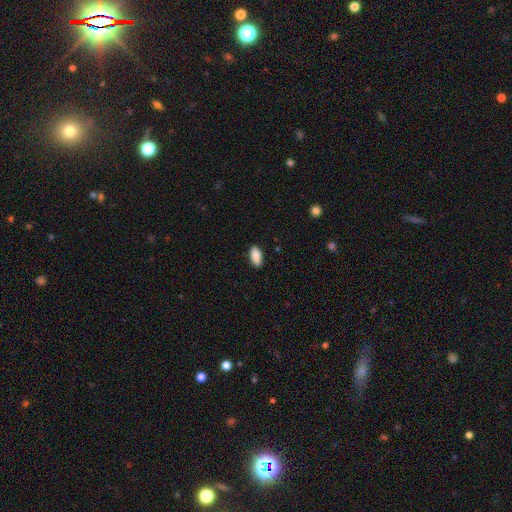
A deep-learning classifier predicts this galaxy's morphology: A smooth galaxy with no disk features (90%) that is in between round and cigar-shaped (92%).

Vote fractions:
- Smooth or featured? smooth: 90% / star or artifact: 6% / featured or disk: 4%
- How rounded? in between: 92% / cigar-shaped: 6% / round: 3%
- Merging? none: 87% / minor disturbance: 10% / major disturbance: 2% / merger: 1%